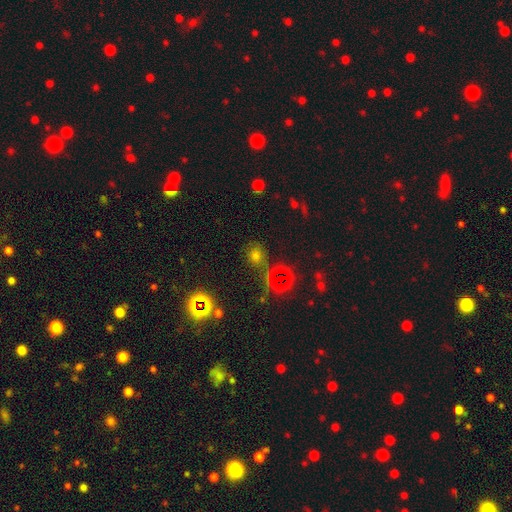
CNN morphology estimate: This appears to be a smooth galaxy with no disk features (49%). Merging: none (75%).